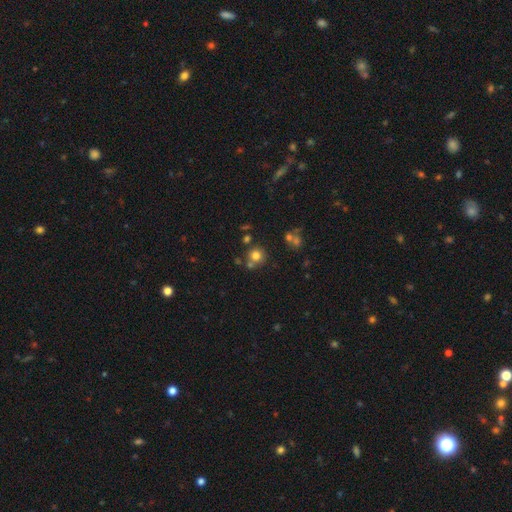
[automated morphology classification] This is likely a smooth galaxy (75%). How rounded: clearly round (91%). Merging: likely none (69%).